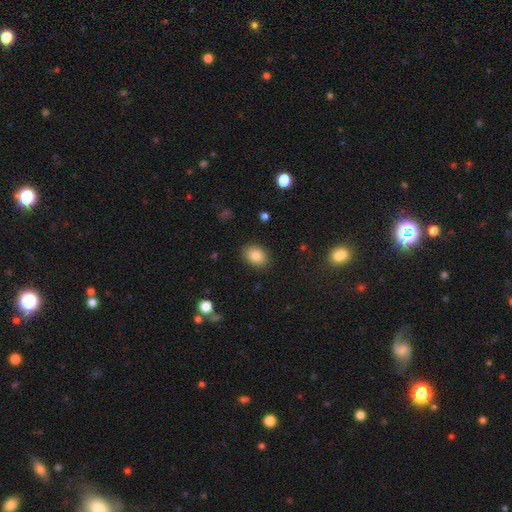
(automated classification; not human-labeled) Smooth or featured: smooth — 83% (star or artifact — 9%)
How rounded: in between — 73% (round — 26%)
Merging: none — 87% (minor disturbance — 9%)